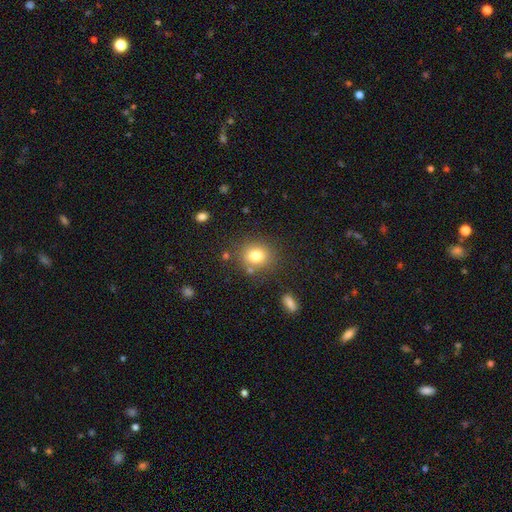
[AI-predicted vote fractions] smooth_or_featured: smooth (p=0.78) [alt: star or artifact p=0.13]
how_rounded: round (p=0.75) [alt: in between p=0.24]
merging: none (p=0.78) [alt: minor disturbance p=0.11]